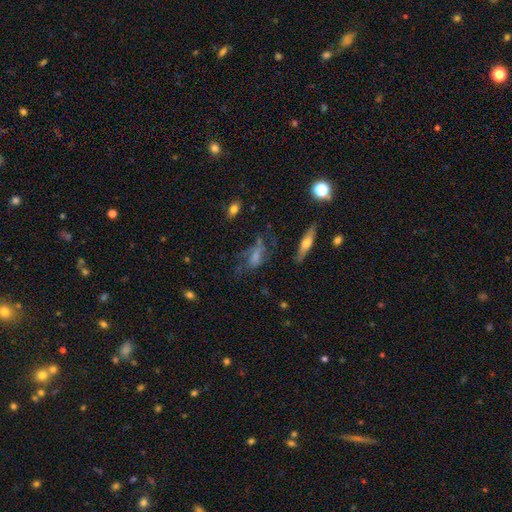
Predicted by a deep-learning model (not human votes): Smooth or featured?
  - featured or disk: 44% *
  - smooth: 41%
  - star or artifact: 15%
Merging?
  - none: 39% *
  - major disturbance: 33%
  - minor disturbance: 22%
  - merger: 6%